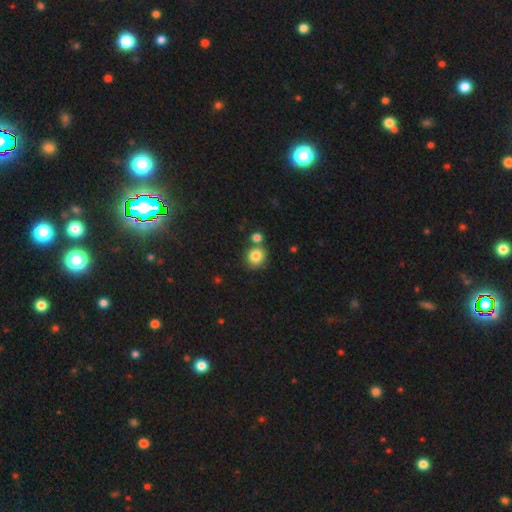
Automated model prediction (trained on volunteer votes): Smooth or featured?
  - smooth: 84% *
  - star or artifact: 10%
  - featured or disk: 6%
How rounded?
  - round: 86% *
  - in between: 13%
  - cigar-shaped: 1%
Merging?
  - none: 65% *
  - merger: 23%
  - minor disturbance: 9%
  - major disturbance: 3%